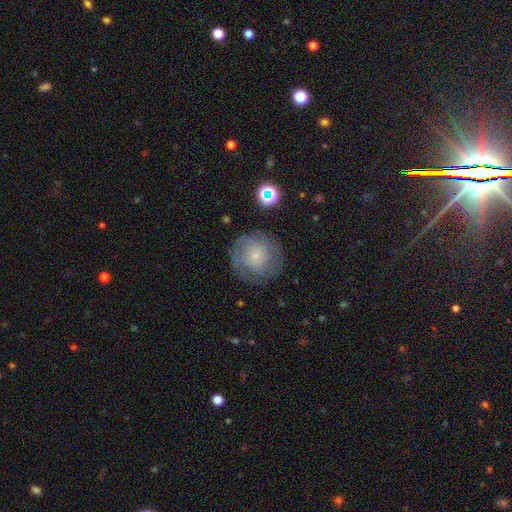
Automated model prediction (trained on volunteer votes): A featured or disk galaxy (47%). Merging: none (77%).